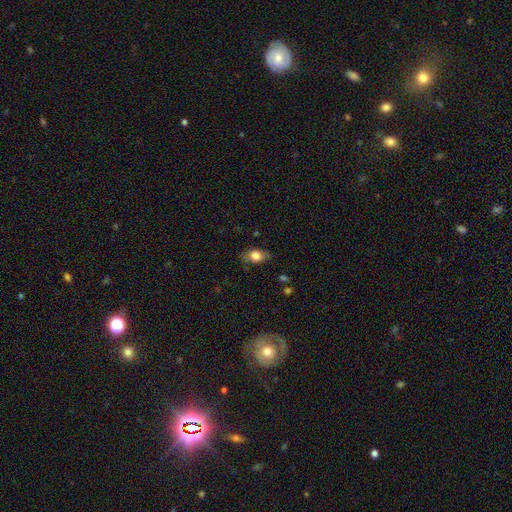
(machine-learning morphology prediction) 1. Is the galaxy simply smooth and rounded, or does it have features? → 76% smooth, 16% featured or disk, 9% star or artifact.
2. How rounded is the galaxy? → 80% in between, 16% round, 4% cigar-shaped.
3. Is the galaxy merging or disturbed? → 75% none, 18% minor disturbance, 5% major disturbance, 1% merger.